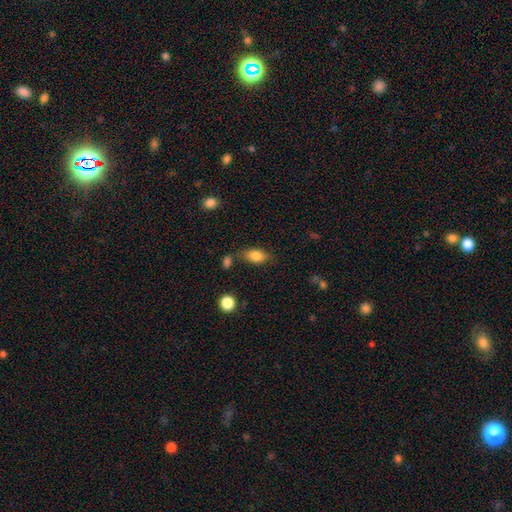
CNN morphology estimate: smooth-or-featured: smooth: 80% | featured or disk: 11% | star or artifact: 8%
  how-rounded: in between: 86% | round: 8% | cigar-shaped: 5%
  merging: none: 69% | minor disturbance: 18% | merger: 8% | major disturbance: 5%